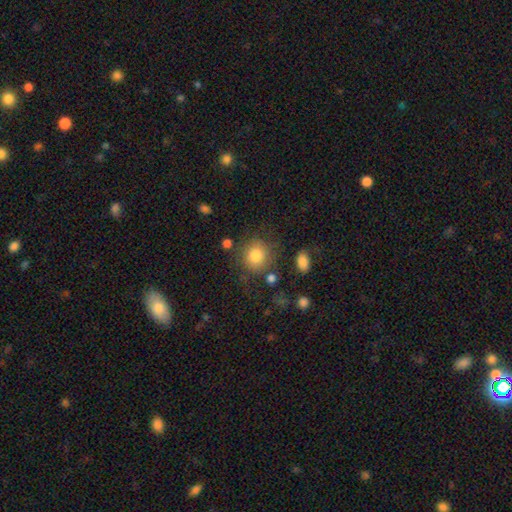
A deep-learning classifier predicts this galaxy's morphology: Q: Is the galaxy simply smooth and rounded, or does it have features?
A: smooth — 80%.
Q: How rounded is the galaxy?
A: round — 86%.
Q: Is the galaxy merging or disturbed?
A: none — 75%.